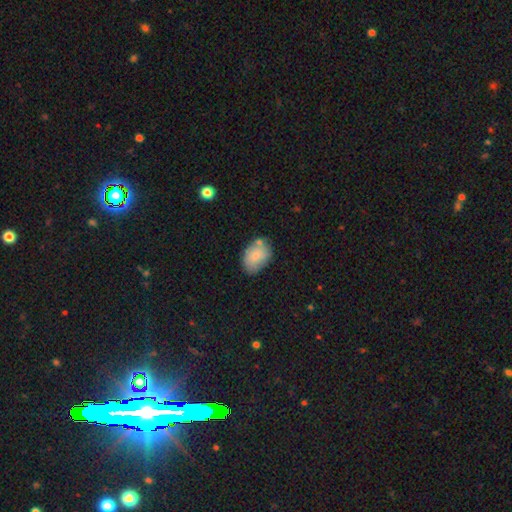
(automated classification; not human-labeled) smooth 82%, featured or disk 11%, star or artifact 7%. Down the decision tree: how rounded — in between (86%); merging — none (61%).